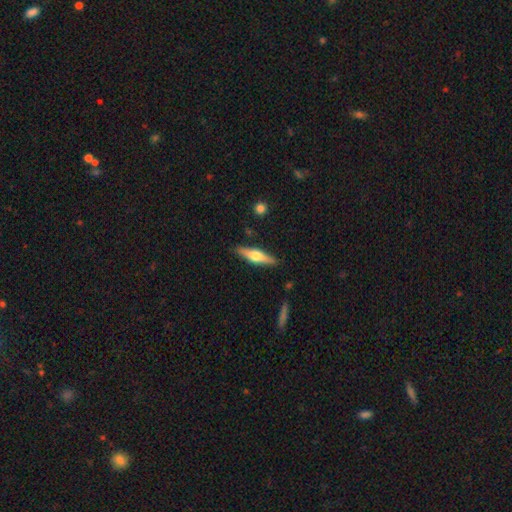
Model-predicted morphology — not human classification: Smooth or featured? Predicted: featured or disk (p=0.61). Edge-on disk? Predicted: yes (p=0.95). Edge-on bulge? Predicted: rounded (p=0.94). Merging? Predicted: none (p=0.89).